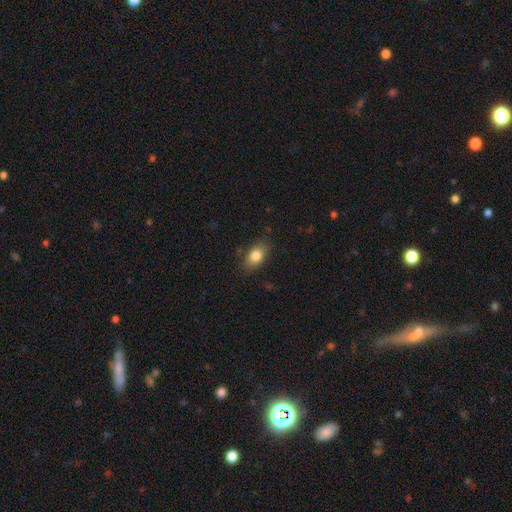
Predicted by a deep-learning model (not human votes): Smooth or featured? Predicted: smooth (p=0.82). How rounded? Predicted: in between (p=0.85). Merging? Predicted: none (p=0.82).